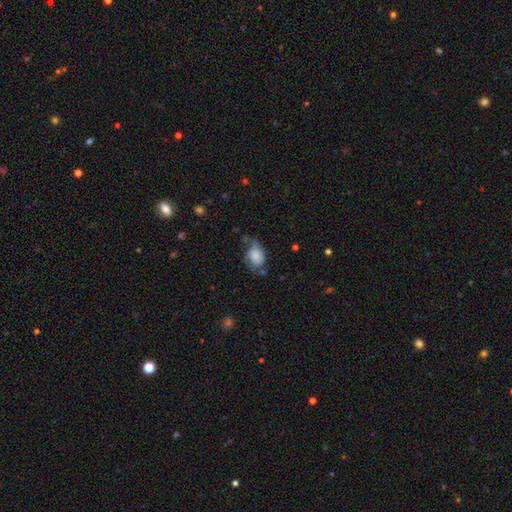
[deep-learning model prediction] This appears to be a smooth galaxy with no disk features (64%) that is in between round and cigar-shaped (76%). Merging: none (40%).